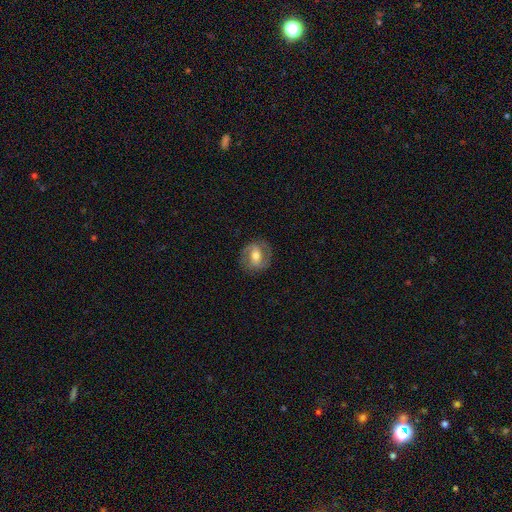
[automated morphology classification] Smooth or featured: featured or disk — 71% (smooth — 23%)
Edge-on disk: no — 97% (yes — 3%)
Bar: weak — 42% (strong — 33%)
Spiral arms: yes — 83% (no — 17%)
Spiral winding: medium — 48% (tight — 34%)
Spiral arm count: 2 — 88% (can't tell — 6%)
Bulge size: moderate — 69% (small — 20%)
Merging: none — 83% (minor disturbance — 11%)